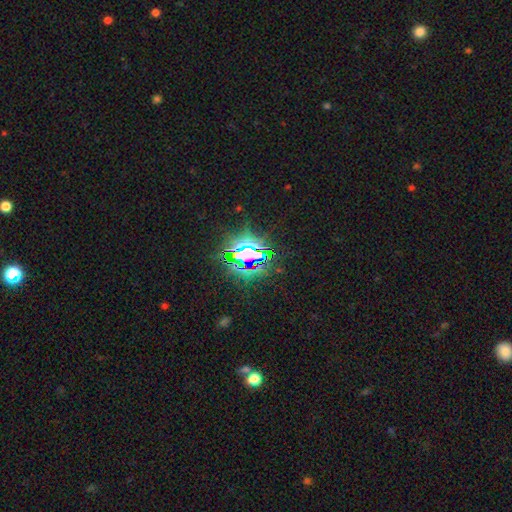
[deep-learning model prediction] Smooth or featured? Predicted: star or artifact (p=0.80).